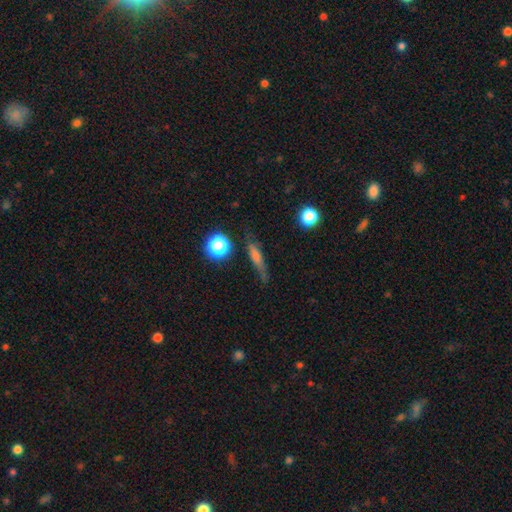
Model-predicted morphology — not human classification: Overall: smooth (50%; featured or disk 36%). How rounded: cigar-shaped (75%). Merging: none (72%).